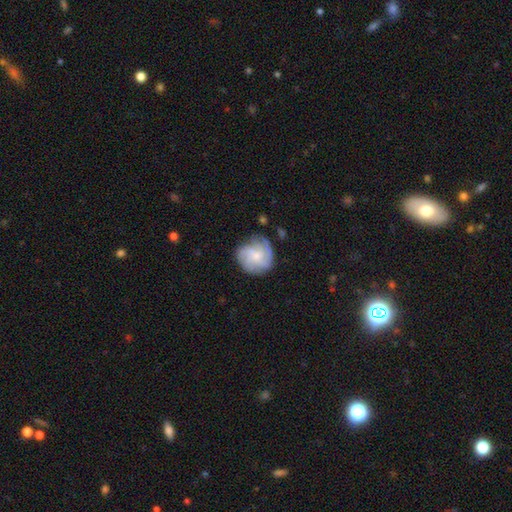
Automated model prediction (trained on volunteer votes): Smooth or featured?
  - featured or disk: 68% *
  - smooth: 24%
  - star or artifact: 7%
Edge-on disk?
  - no: 98% *
  - yes: 2%
Bar?
  - no: 69% *
  - weak: 28%
  - strong: 3%
Spiral arms?
  - yes: 94% *
  - no: 6%
Spiral winding?
  - tight: 45% *
  - medium: 40%
  - loose: 16%
Spiral arm count?
  - 4: 27% * (tied)
  - 3: 27% * (tied)
  - can't tell: 24%
  - 2: 9%
  - more than 4: 7%
  - 1: 6%
Bulge size?
  - small: 58% *
  - moderate: 31%
  - none: 7%
  - large: 3%
  - dominant: 1%
Merging?
  - none: 70% *
  - minor disturbance: 20%
  - major disturbance: 8%
  - merger: 2%